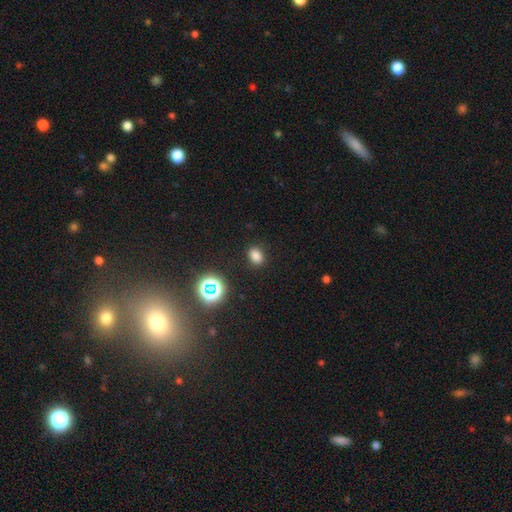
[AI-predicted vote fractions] smooth 77%, star or artifact 18%, featured or disk 5%. Down the decision tree: how rounded — in between (71%); merging — none (86%).